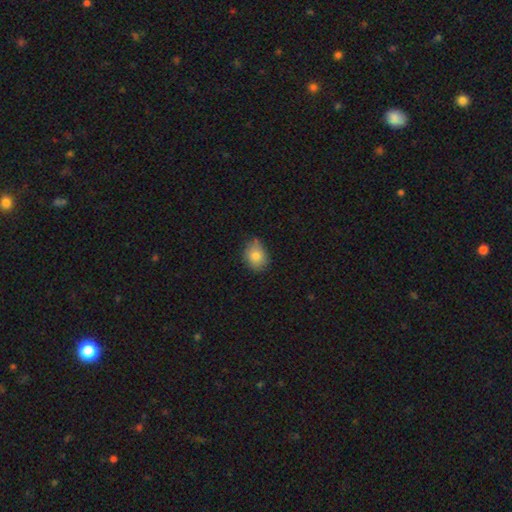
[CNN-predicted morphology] A smooth galaxy with no disk features (82%) that is in between round and cigar-shaped (57%). Merging: none (70%).